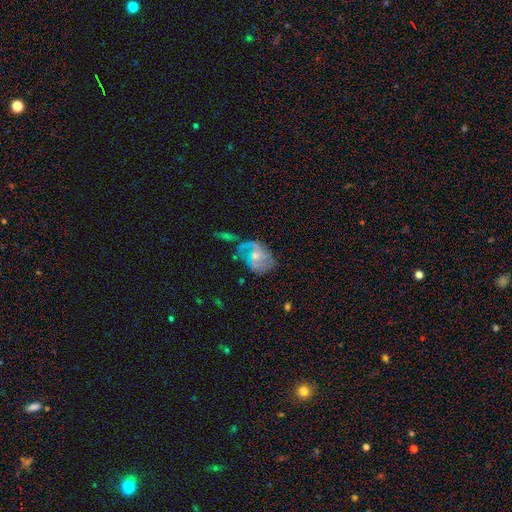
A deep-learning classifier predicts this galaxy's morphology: This appears to be a featured or disk galaxy (60%) with no bar (63%), spiral arms (59%) and a moderate central bulge (50%). Merging: none (40%).